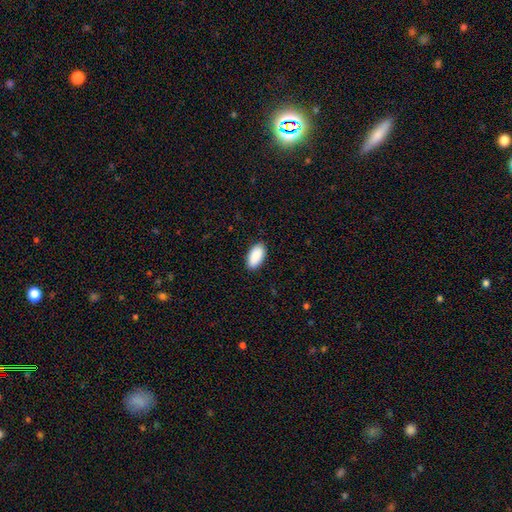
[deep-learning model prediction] Smooth or featured: smooth — 91% (star or artifact — 6%)
How rounded: in between — 96% (cigar-shaped — 2%)
Merging: none — 88% (minor disturbance — 9%)